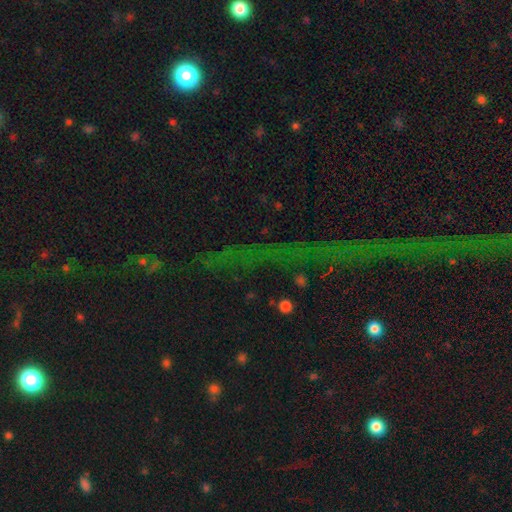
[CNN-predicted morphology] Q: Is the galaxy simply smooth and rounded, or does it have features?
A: star or artifact — 68%.